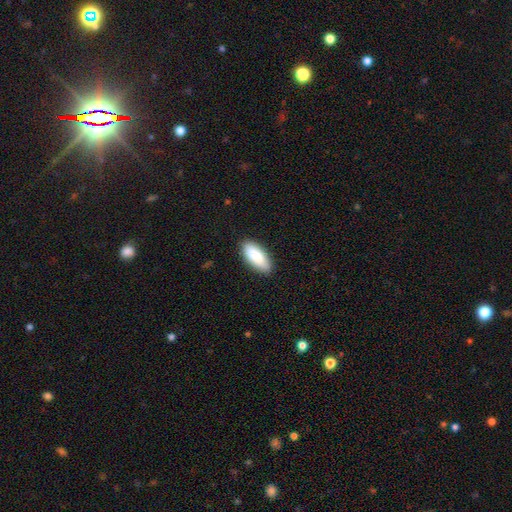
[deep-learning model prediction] Smooth or featured? Predicted: smooth (p=0.87). How rounded? Predicted: in between (p=0.82). Merging? Predicted: none (p=0.87).